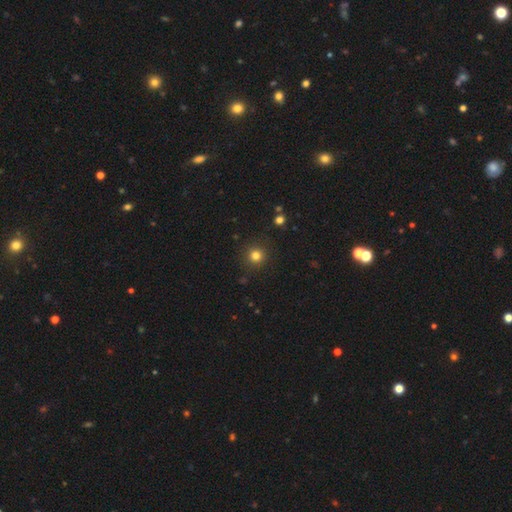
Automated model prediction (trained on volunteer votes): A smooth galaxy with no disk features (80%) that is round (94%).

Vote fractions:
- Smooth or featured? smooth: 80% / star or artifact: 15% / featured or disk: 5%
- How rounded? round: 94% / in between: 5% / cigar-shaped: 1%
- Merging? none: 91% / minor disturbance: 6% / major disturbance: 2% / merger: 1%